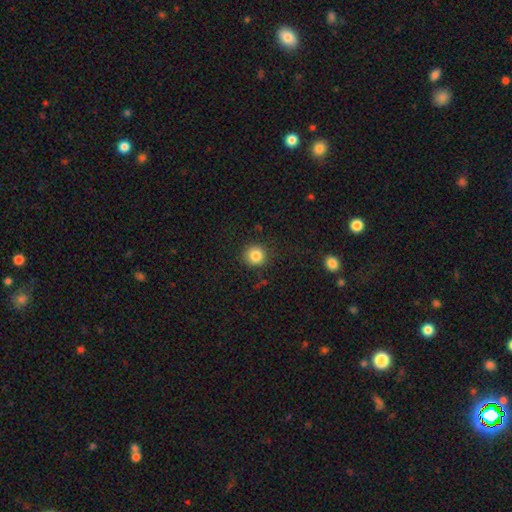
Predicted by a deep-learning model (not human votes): This is clearly a smooth galaxy (84%). How rounded: clearly round (94%). Merging: clearly none (90%).